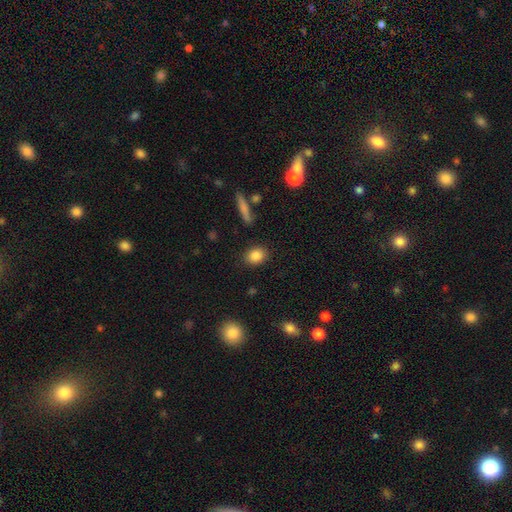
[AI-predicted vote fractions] smooth-or-featured: smooth: 85% | star or artifact: 8% | featured or disk: 6%
  how-rounded: in between: 55% | round: 42% | cigar-shaped: 2%
  merging: none: 87% | minor disturbance: 8% | major disturbance: 2% | merger: 2%